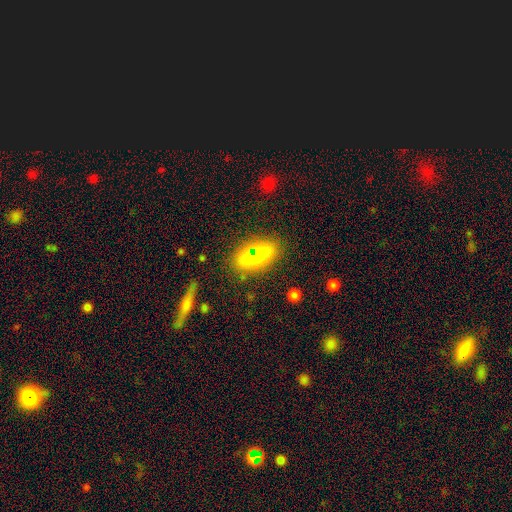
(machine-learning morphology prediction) The model was most divided on "smooth or featured": smooth: 71%, featured or disk: 15%, star or artifact: 14%. More confident: how rounded — in between (84%); merging — none (78%).